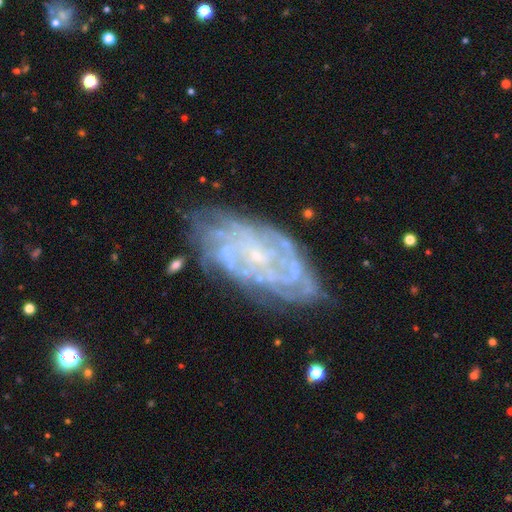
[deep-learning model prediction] smooth_or_featured: featured or disk (p=0.85) [alt: smooth p=0.08]
disk_edge_on: no (p=0.95) [alt: yes p=0.05]
bar: no (p=0.71) [alt: weak p=0.23]
has_spiral_arms: yes (p=0.94) [alt: no p=0.06]
spiral_winding: tight (p=0.73) [alt: medium p=0.22]
spiral_arm_count: can't tell (p=0.39) [alt: 4 p=0.18]
bulge_size: small (p=0.82) [alt: moderate p=0.10]
merging: none (p=0.72) [alt: minor disturbance p=0.19]